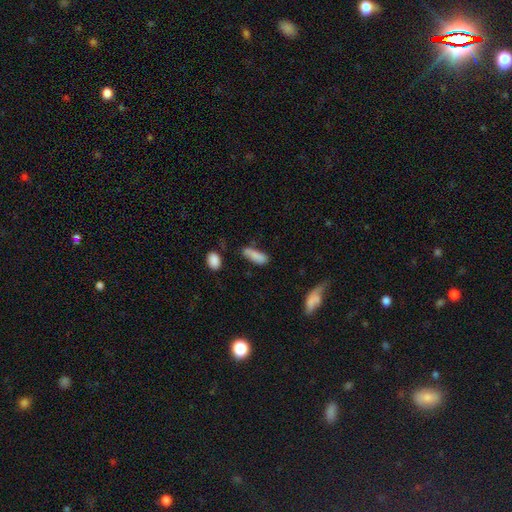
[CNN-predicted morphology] smooth_or_featured: smooth (p=0.82) [alt: featured or disk p=0.10]
how_rounded: in between (p=0.59) [alt: cigar-shaped p=0.39]
merging: none (p=0.56) [alt: minor disturbance p=0.27]